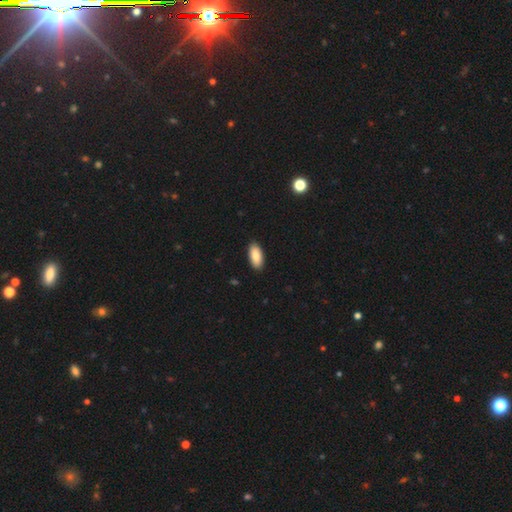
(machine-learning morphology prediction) The model was most divided on "merging": none: 89%, minor disturbance: 8%, major disturbance: 2%, merger: 1%. More confident: how rounded — in between (90%); smooth or featured — smooth (88%).